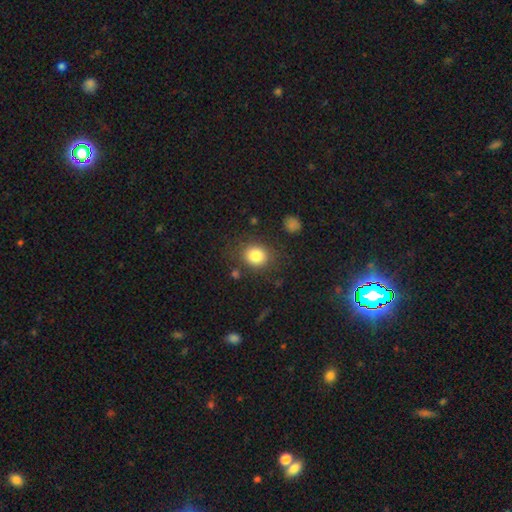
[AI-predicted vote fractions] Overall: smooth (83%). How rounded: round (74%). Merging: none (81%).